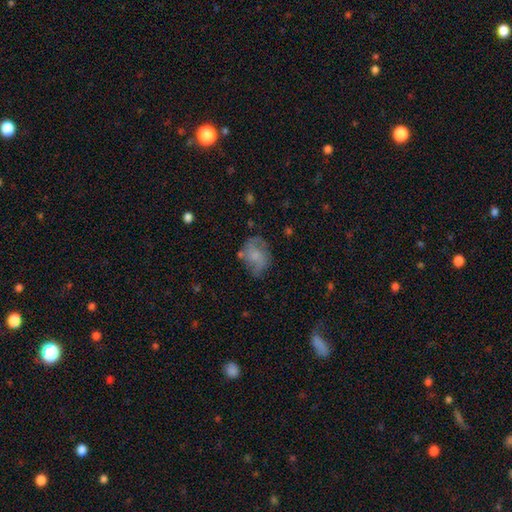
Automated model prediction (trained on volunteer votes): Overall: smooth (46%; featured or disk 45%). Merging: none (55%; minor disturbance 27%).